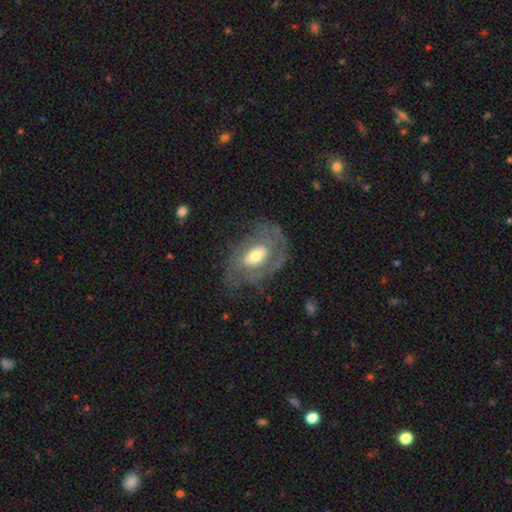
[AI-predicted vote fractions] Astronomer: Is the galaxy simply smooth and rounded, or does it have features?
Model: featured or disk — 79%.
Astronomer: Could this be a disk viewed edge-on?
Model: no — 95%.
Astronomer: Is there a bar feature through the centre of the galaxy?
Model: no — 51% (runner-up: weak, 35%).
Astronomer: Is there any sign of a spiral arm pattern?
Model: yes — 84%.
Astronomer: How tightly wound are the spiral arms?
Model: tight — 54% (runner-up: medium, 33%).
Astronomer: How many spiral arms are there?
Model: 2 — 38% (runner-up: can't tell, 34%).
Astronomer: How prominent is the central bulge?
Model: moderate — 63%.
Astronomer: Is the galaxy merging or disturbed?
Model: none — 63%.